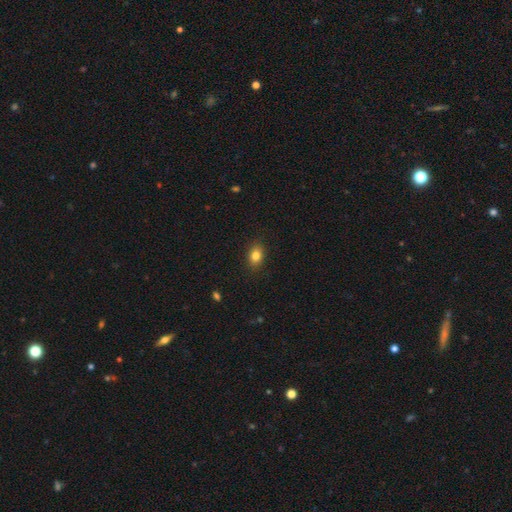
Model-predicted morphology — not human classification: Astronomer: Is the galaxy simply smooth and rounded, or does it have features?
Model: smooth — 83%.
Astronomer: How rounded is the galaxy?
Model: in between — 73%.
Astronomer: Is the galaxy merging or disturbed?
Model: none — 88%.